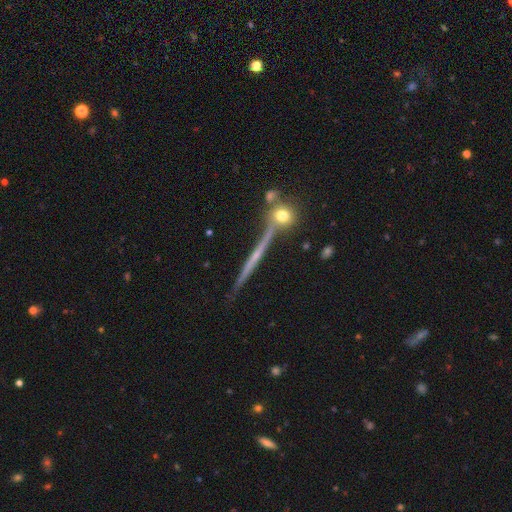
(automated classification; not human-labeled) Overall: featured or disk (70%). Edge-on disk: yes (97%). Edge-on bulge: none (67%). Merging: none (79%).